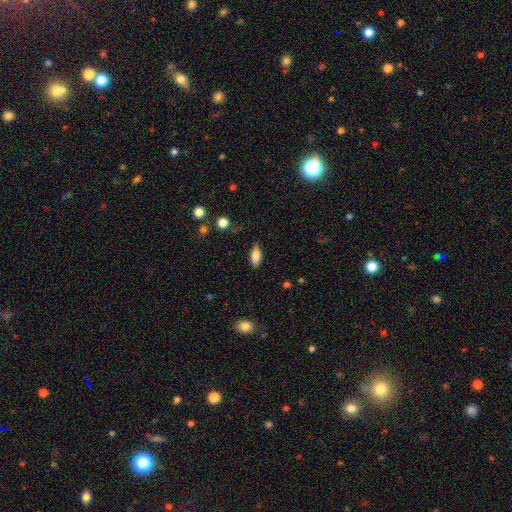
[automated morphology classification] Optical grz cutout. It shows a smooth galaxy with no disk features (78%) that is in between round and cigar-shaped (81%). Merging: none (82%).